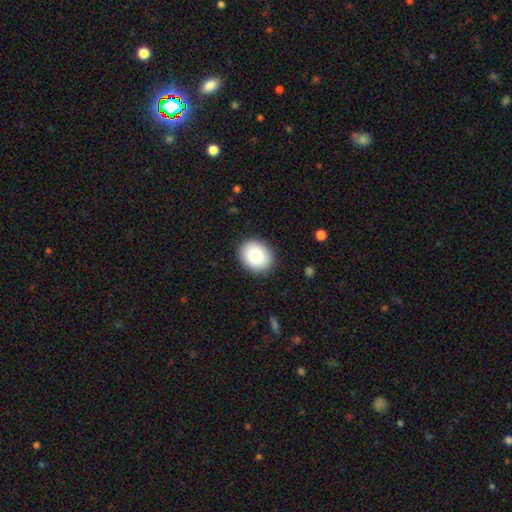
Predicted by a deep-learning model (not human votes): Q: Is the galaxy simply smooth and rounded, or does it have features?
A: smooth — 86%.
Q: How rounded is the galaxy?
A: round — 59%.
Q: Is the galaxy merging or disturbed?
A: none — 89%.